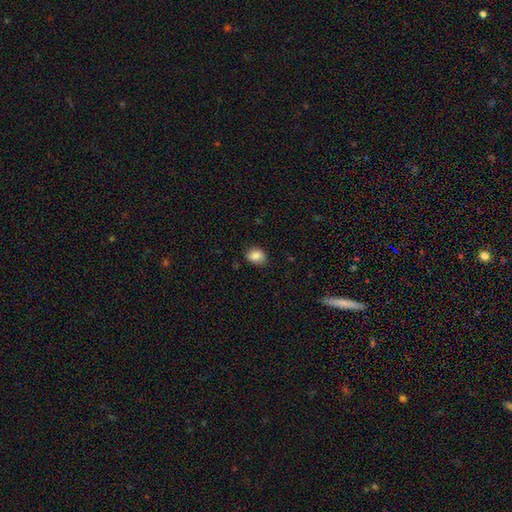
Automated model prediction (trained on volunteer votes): Smooth or featured? Predicted: smooth (p=0.86). How rounded? Predicted: in between (p=0.62). Merging? Predicted: none (p=0.79).